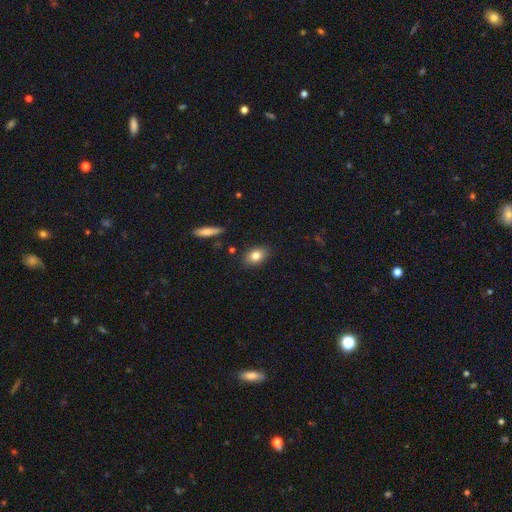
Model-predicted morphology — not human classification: smooth-or-featured: smooth: 81% | featured or disk: 11% | star or artifact: 8%
  how-rounded: in between: 80% | round: 17% | cigar-shaped: 3%
  merging: none: 86% | minor disturbance: 9% | major disturbance: 2% | merger: 2%